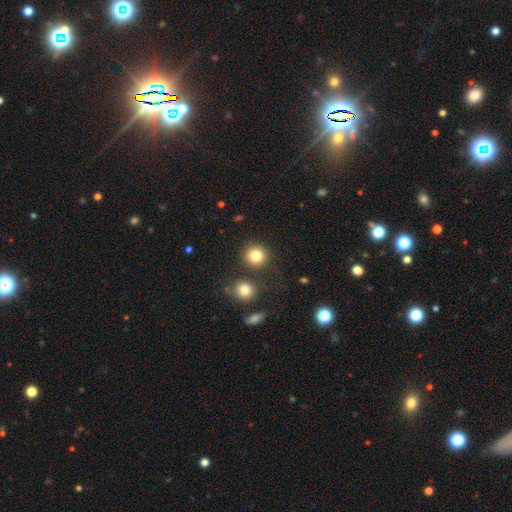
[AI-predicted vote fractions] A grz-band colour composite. It shows a smooth galaxy with no disk features (84%) that is round (90%). Merging: none (82%).